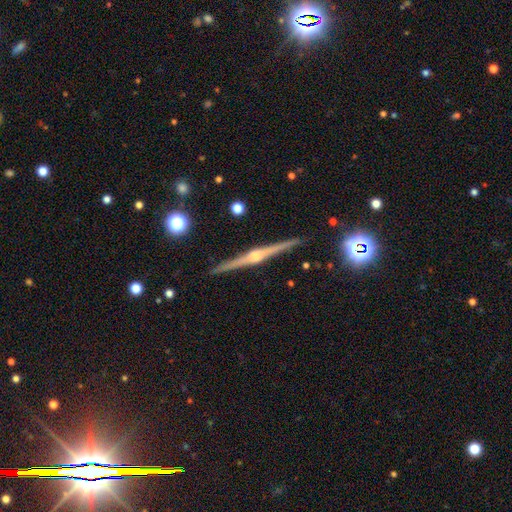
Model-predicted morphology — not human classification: Smooth or featured: featured or disk — 87% (smooth — 8%)
Edge-on disk: yes — 99% (no — 1%)
Edge-on bulge: rounded — 91% (boxy — 5%)
Merging: none — 93% (minor disturbance — 5%)